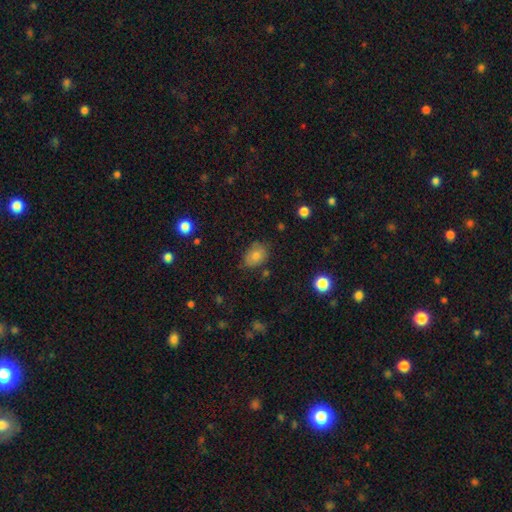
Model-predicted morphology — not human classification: Overall: smooth (76%). How rounded: in between (73%). Merging: none (75%).